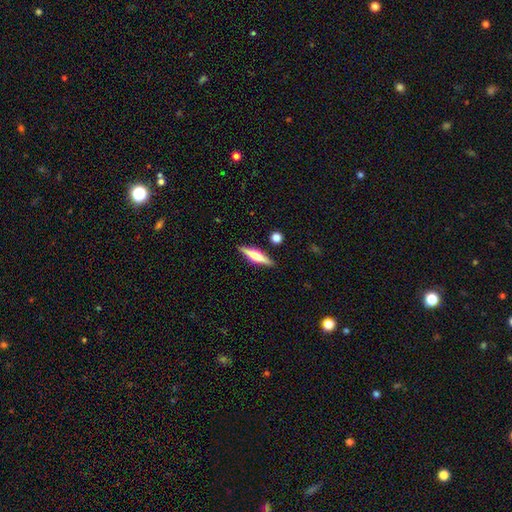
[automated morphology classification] smooth-or-featured: featured or disk: 60% | smooth: 34% | star or artifact: 6%
  disk-edge-on: yes: 96% | no: 4%
    edge-on-bulge: rounded: 90% | boxy: 7% | none: 3%
  merging: none: 88% | minor disturbance: 7% | merger: 3% | major disturbance: 2%